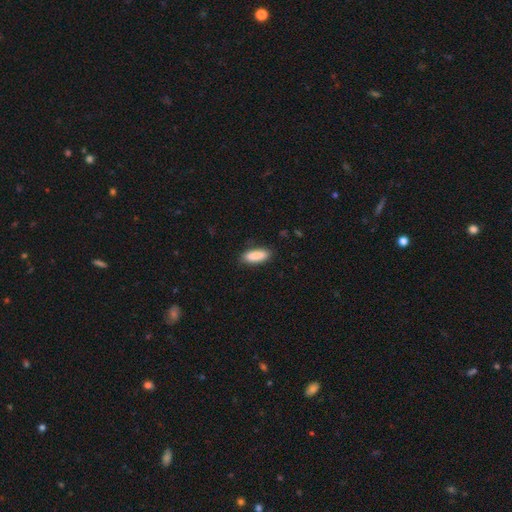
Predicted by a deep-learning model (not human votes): smooth_or_featured: smooth (p=0.88) [alt: star or artifact p=0.06]
how_rounded: in between (p=0.65) [alt: cigar-shaped p=0.34]
merging: none (p=0.85) [alt: minor disturbance p=0.11]